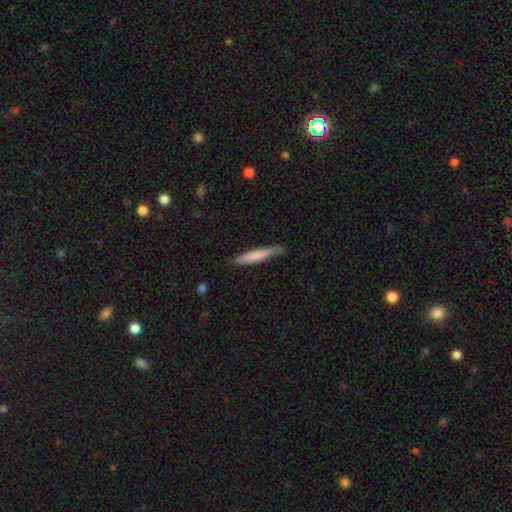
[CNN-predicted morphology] Smooth or featured: smooth — 71% (featured or disk — 24%)
How rounded: cigar-shaped — 94% (in between — 5%)
Merging: none — 81% (minor disturbance — 15%)